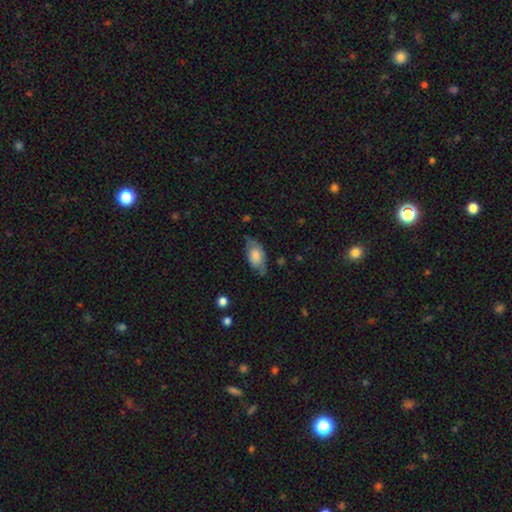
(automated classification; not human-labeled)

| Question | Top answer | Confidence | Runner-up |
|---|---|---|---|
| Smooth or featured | smooth | 63% | featured or disk (30%) |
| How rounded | in between | 92% | round (4%) |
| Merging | none | 61% | minor disturbance (29%) |